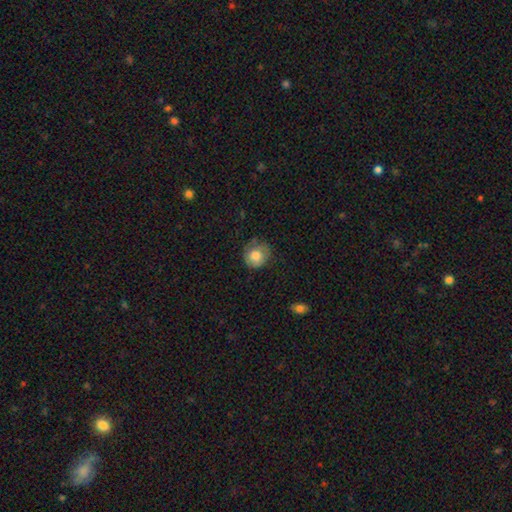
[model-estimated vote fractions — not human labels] A smooth galaxy with no disk features (77%) that is round (85%). Merging: none (69%).